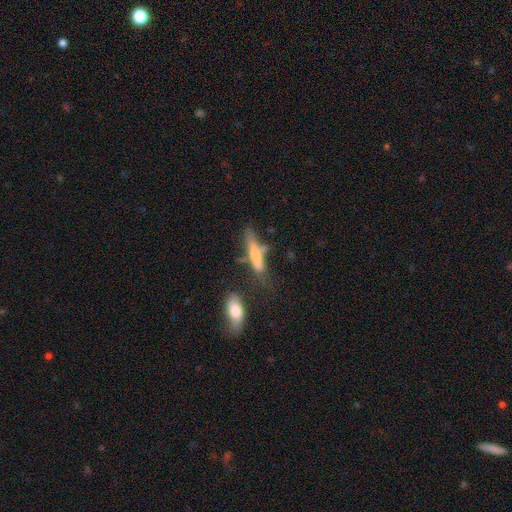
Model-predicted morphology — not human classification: type=smooth (59%); roundness=cigar-shaped (82%); merging=none (48%).